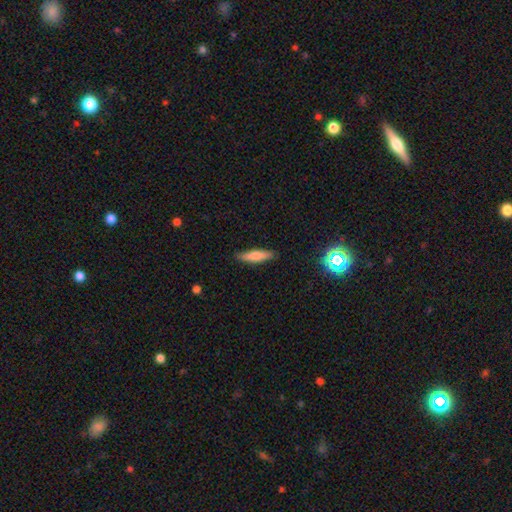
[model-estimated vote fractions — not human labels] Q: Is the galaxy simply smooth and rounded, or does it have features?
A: smooth — 72%.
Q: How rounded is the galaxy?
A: cigar-shaped — 75%.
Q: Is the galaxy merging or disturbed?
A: none — 87%.